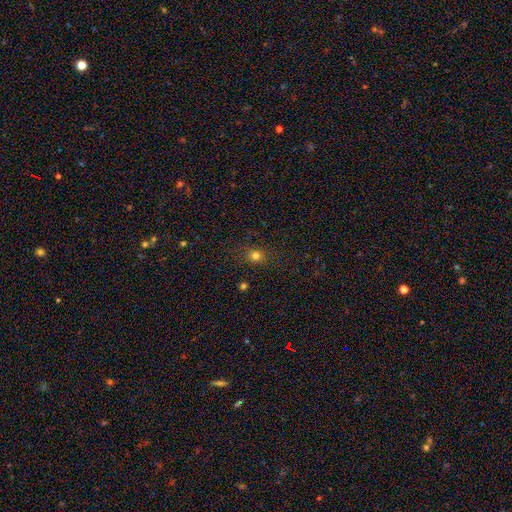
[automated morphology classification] smooth_or_featured: smooth (p=0.78) [alt: star or artifact p=0.16]
how_rounded: round (p=0.71) [alt: in between p=0.28]
merging: none (p=0.85) [alt: minor disturbance p=0.10]